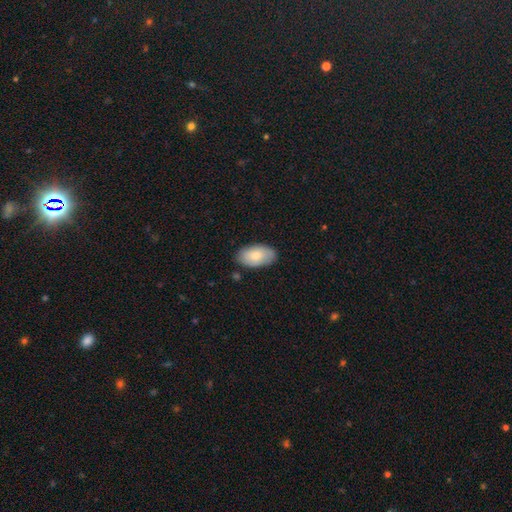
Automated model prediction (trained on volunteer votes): Morphology: type=smooth (77%); roundness=in between (95%); merging=none (82%).